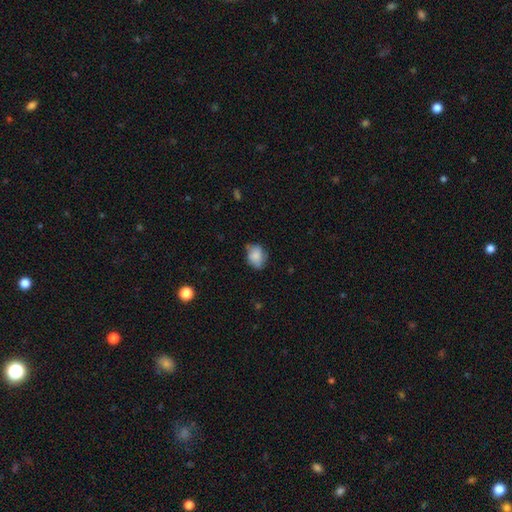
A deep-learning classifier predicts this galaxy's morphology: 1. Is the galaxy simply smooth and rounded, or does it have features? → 78% smooth, 14% featured or disk, 8% star or artifact.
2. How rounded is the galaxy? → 60% in between, 39% round, 1% cigar-shaped.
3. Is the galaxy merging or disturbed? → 61% none, 29% minor disturbance, 8% major disturbance, 2% merger.